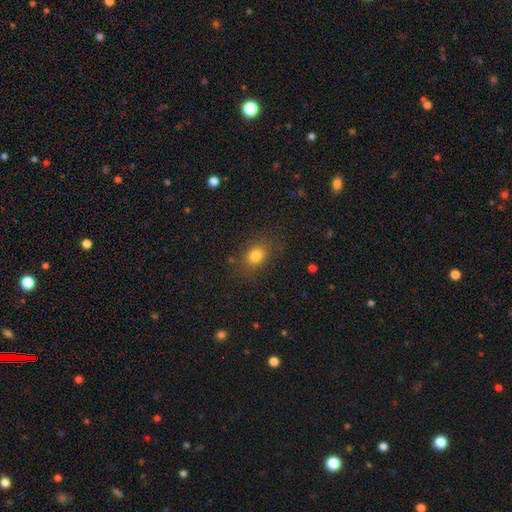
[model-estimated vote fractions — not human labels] smooth 80%, star or artifact 12%, featured or disk 8%. Down the decision tree: how rounded — in between (59%); merging — none (80%).